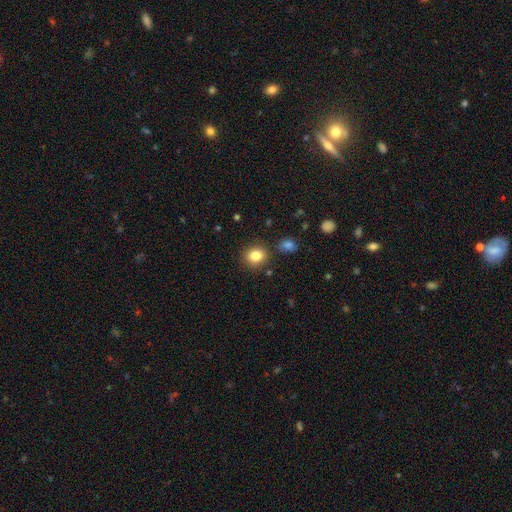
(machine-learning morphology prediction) smooth-or-featured: smooth: 83% | star or artifact: 10% | featured or disk: 7%
  how-rounded: round: 66% | in between: 33% | cigar-shaped: 1%
  merging: none: 83% | minor disturbance: 10% | merger: 4% | major disturbance: 3%